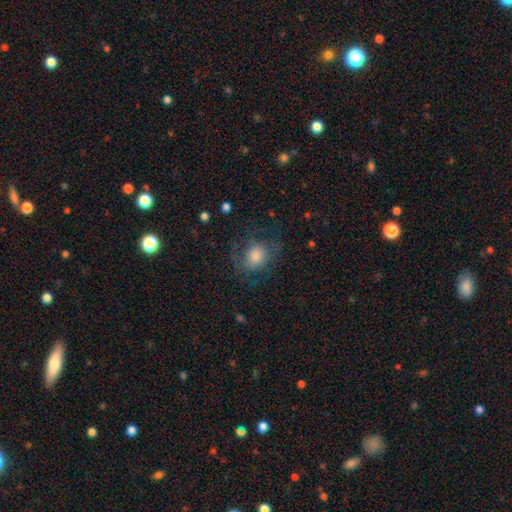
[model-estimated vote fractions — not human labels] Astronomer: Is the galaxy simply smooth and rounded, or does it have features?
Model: smooth — 58%.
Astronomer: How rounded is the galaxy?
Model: round — 55% (runner-up: in between, 44%).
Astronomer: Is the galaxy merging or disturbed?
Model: none — 63%.